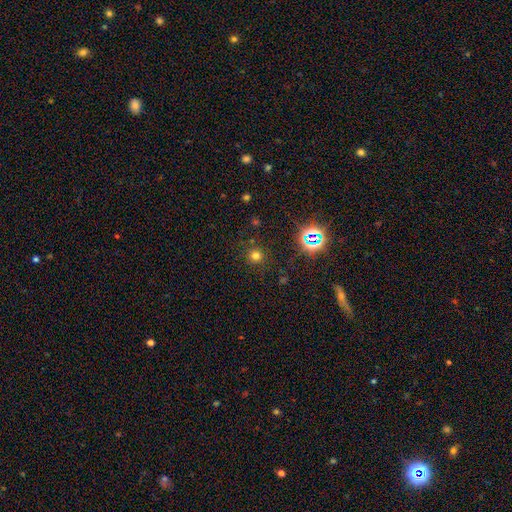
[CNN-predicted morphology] This appears to be a smooth galaxy with no disk features (68%) that is round (94%). Merging: none (87%).